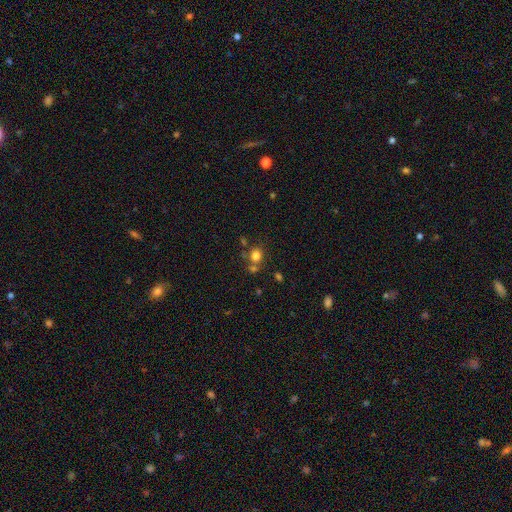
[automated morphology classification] Smooth or featured?
  - smooth: 77% *
  - star or artifact: 15%
  - featured or disk: 8%
How rounded?
  - round: 78% *
  - in between: 21%
  - cigar-shaped: 1%
Merging?
  - none: 63% *
  - merger: 21%
  - minor disturbance: 11%
  - major disturbance: 5%